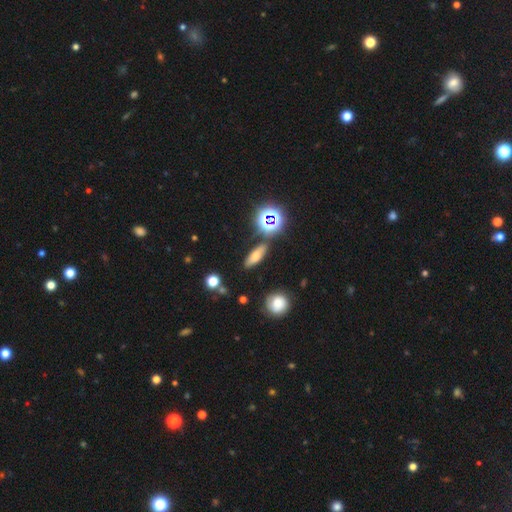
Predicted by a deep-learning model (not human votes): Smooth or featured? smooth (59%)
How rounded? in between (54%)
Merging? none (82%)